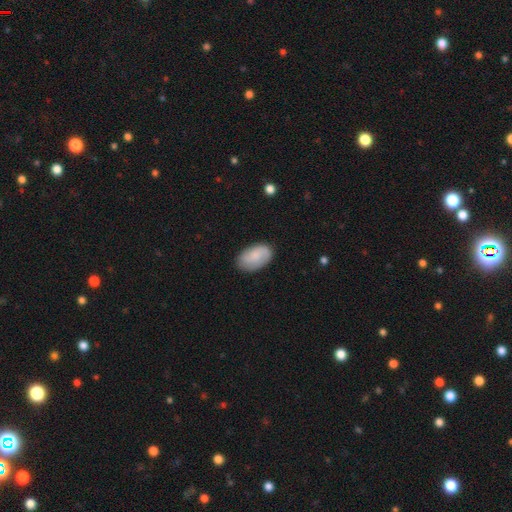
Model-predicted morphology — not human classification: Smooth or featured? Predicted: smooth (p=0.72). How rounded? Predicted: in between (p=0.94). Merging? Predicted: none (p=0.80).